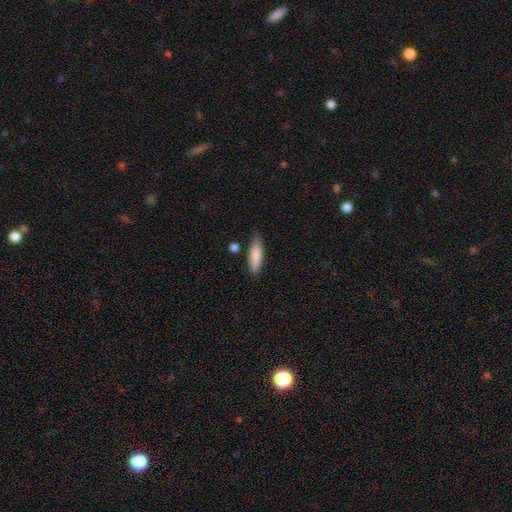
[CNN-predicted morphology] This appears to be a smooth galaxy with no disk features (84%) that is cigar-shaped (60%). Merging: none (78%).